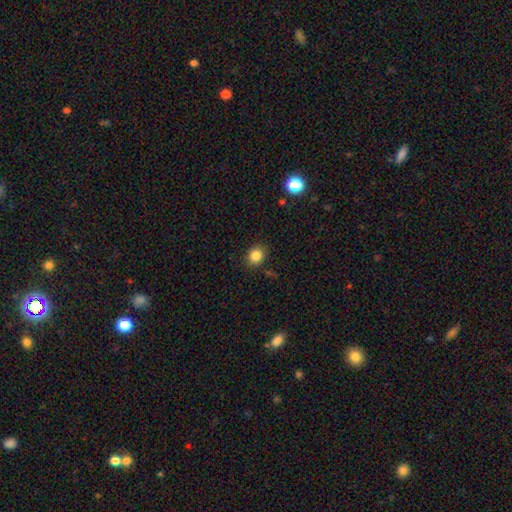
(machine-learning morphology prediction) A smooth galaxy with no disk features (84%) that is round (64%).

Vote fractions:
- Smooth or featured? smooth: 84% / star or artifact: 11% / featured or disk: 5%
- How rounded? round: 64% / in between: 35% / cigar-shaped: 1%
- Merging? none: 87% / minor disturbance: 9% / major disturbance: 3% / merger: 2%